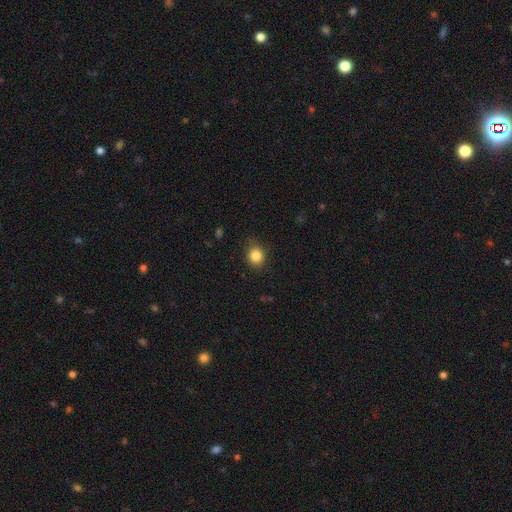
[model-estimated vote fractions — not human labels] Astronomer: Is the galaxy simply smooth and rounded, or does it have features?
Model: smooth — 85%.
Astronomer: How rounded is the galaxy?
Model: round — 79%.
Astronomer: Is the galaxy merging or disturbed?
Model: none — 78%.